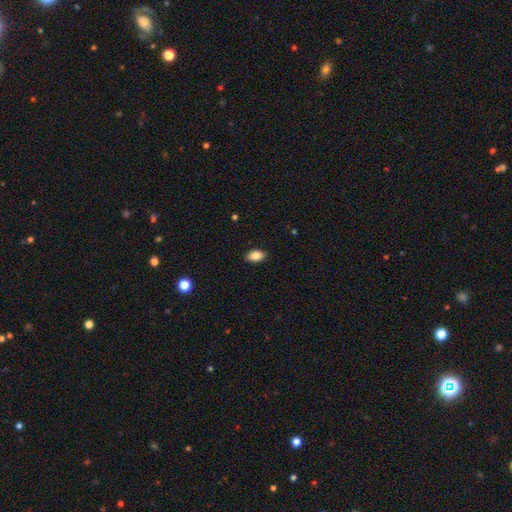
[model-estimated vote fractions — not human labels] Smooth or featured?
  - smooth: 86% *
  - star or artifact: 8%
  - featured or disk: 6%
How rounded?
  - in between: 90% *
  - round: 9%
  - cigar-shaped: 2%
Merging?
  - none: 89% *
  - minor disturbance: 8%
  - major disturbance: 2%
  - merger: 1%